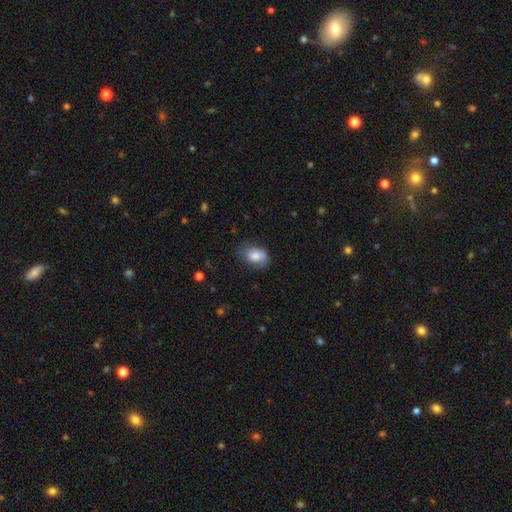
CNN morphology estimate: smooth-or-featured: smooth: 69% | featured or disk: 23% | star or artifact: 8%
  how-rounded: in between: 81% | round: 18% | cigar-shaped: 1%
  merging: none: 58% | minor disturbance: 28% | major disturbance: 12% | merger: 1%